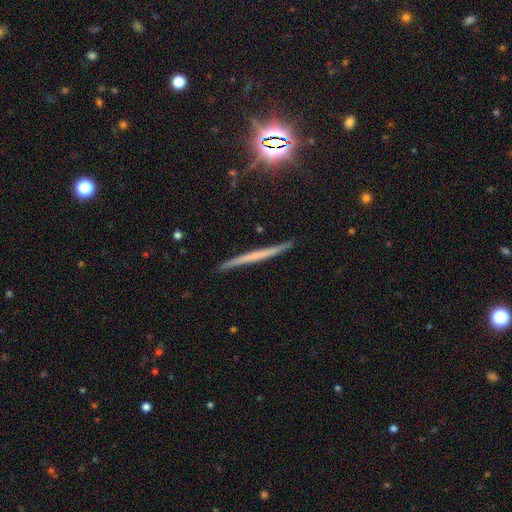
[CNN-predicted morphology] Q: Smooth or featured?
A: featured or disk (52%); runner-up: smooth (36%)
Q: Edge-on disk?
A: yes (97%); runner-up: no (3%)
Q: Edge-on bulge?
A: none (85%); runner-up: rounded (10%)
Q: Merging?
A: none (90%); runner-up: minor disturbance (7%)